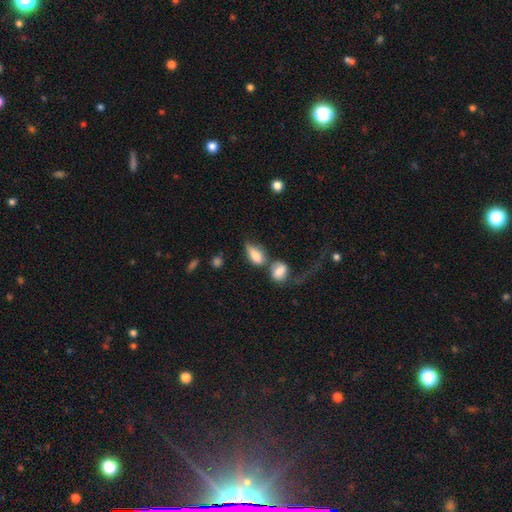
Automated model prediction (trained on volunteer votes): This appears to be a smooth galaxy with no disk features (72%) that is in between round and cigar-shaped (79%). Merging: merger (38%).